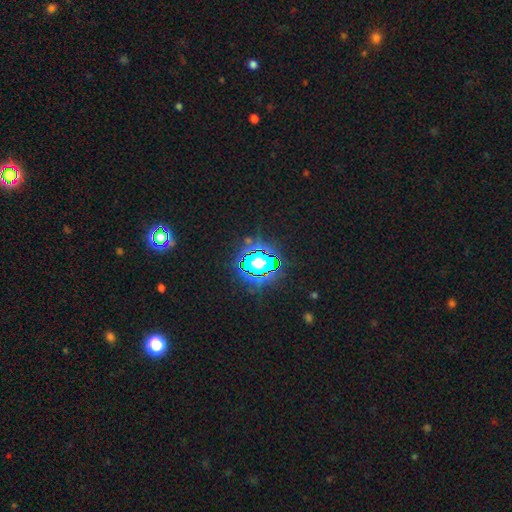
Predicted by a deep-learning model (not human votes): Smooth or featured? star or artifact (82%)